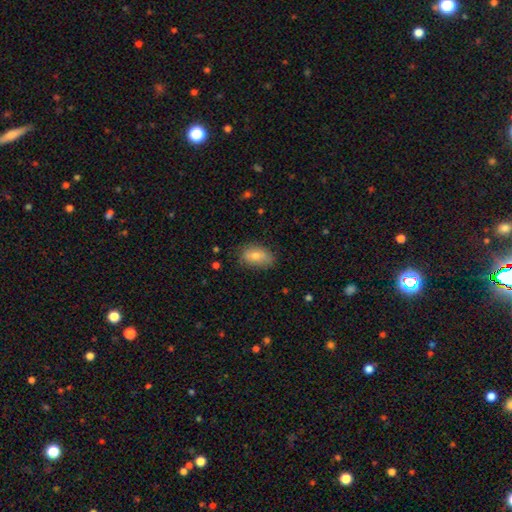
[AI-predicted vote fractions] Morphology: type=smooth (72%); roundness=in between (88%); merging=none (77%).